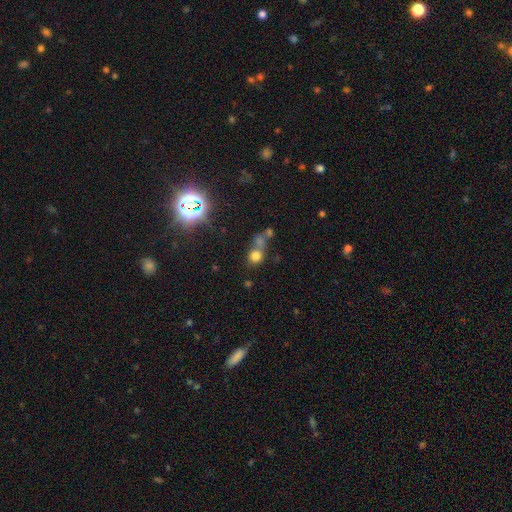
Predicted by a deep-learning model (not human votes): The model was most divided on "merging": none: 43%, merger: 40%, minor disturbance: 10%, major disturbance: 7%. More confident: how rounded — round (82%); smooth or featured — smooth (70%).